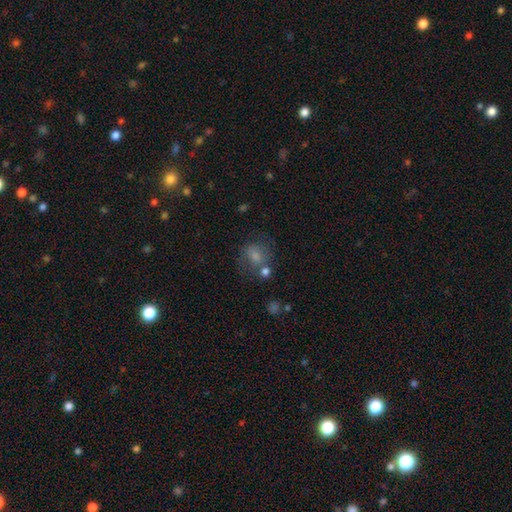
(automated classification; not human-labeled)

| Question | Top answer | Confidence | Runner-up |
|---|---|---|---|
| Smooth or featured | smooth | 72% | featured or disk (15%) |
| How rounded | round | 59% | in between (39%) |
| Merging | none | 50% | minor disturbance (19%) |